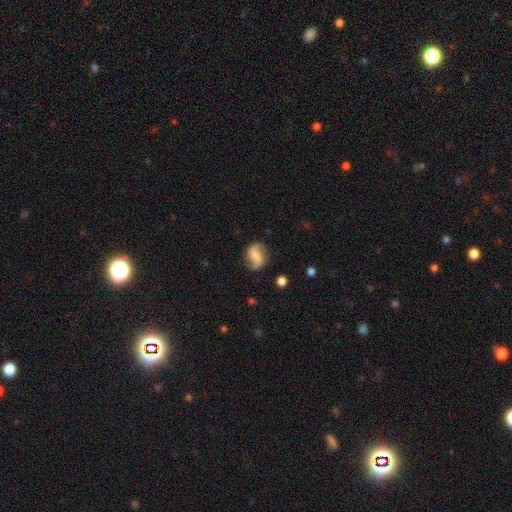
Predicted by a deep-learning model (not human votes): Overall: featured or disk (67%). Edge-on disk: no (97%). Bar: no (42%; weak 39%). Spiral arms: yes (94%). Spiral arm count: 2 (91%). Spiral winding: loose (65%; medium 26%). Bulge size: none (39%; small 29%). Merging: none (76%).